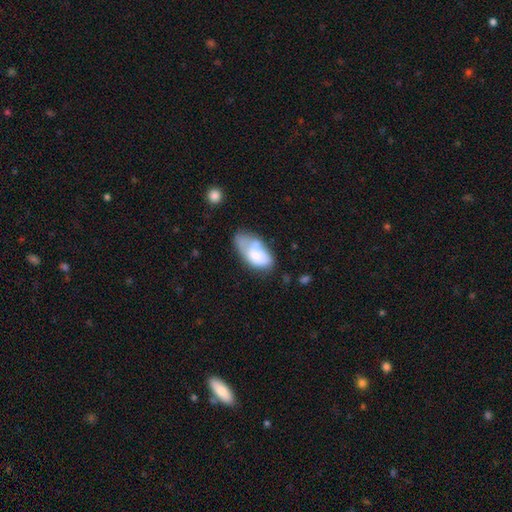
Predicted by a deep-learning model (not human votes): Smooth or featured? Predicted: smooth (p=0.60). How rounded? Predicted: in between (p=0.93). Merging? Predicted: minor disturbance (p=0.29).